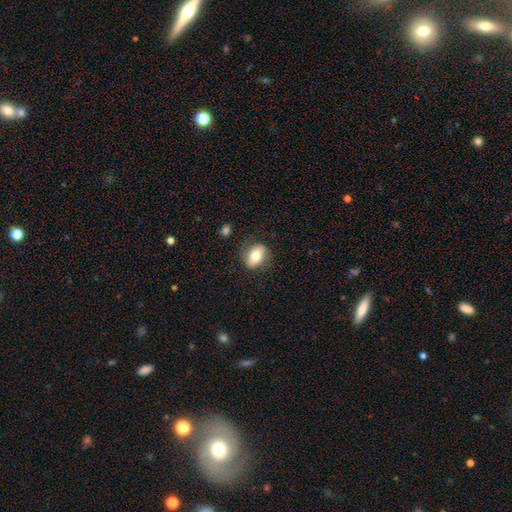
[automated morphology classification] A smooth galaxy with no disk features (67%) that is in between round and cigar-shaped (75%). Merging: none (76%).